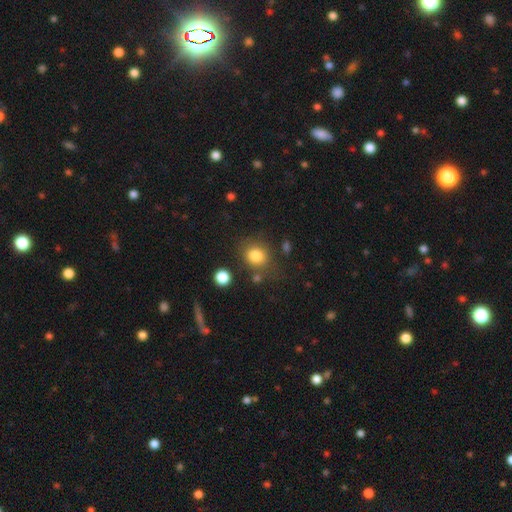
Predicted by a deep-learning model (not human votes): Smooth or featured?
  - smooth: 83% *
  - star or artifact: 10%
  - featured or disk: 7%
How rounded?
  - round: 70% *
  - in between: 29%
  - cigar-shaped: 1%
Merging?
  - none: 73% *
  - minor disturbance: 14%
  - merger: 7%
  - major disturbance: 6%